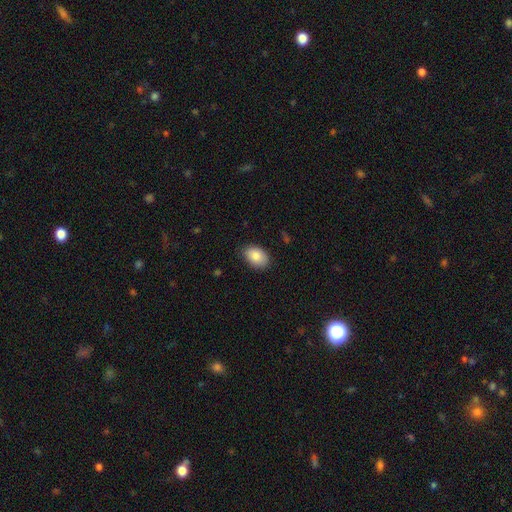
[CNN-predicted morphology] Smooth or featured? smooth (86%)
How rounded? in between (87%)
Merging? none (83%)